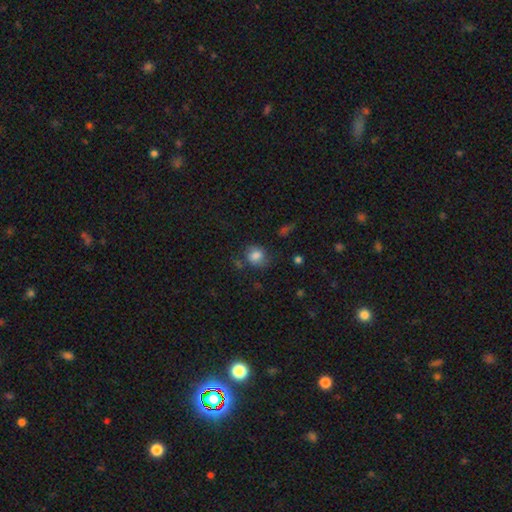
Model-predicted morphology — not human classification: smooth_or_featured: smooth (p=0.82) [alt: star or artifact p=0.10]
how_rounded: round (p=0.65) [alt: in between p=0.34]
merging: none (p=0.64) [alt: minor disturbance p=0.22]